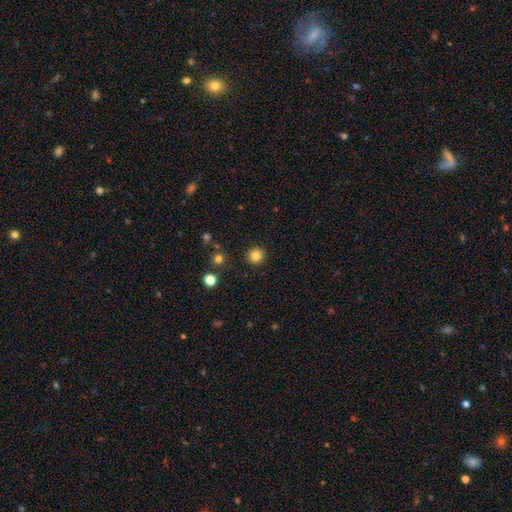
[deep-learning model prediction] Overall: smooth (84%). How rounded: round (92%). Merging: none (91%).